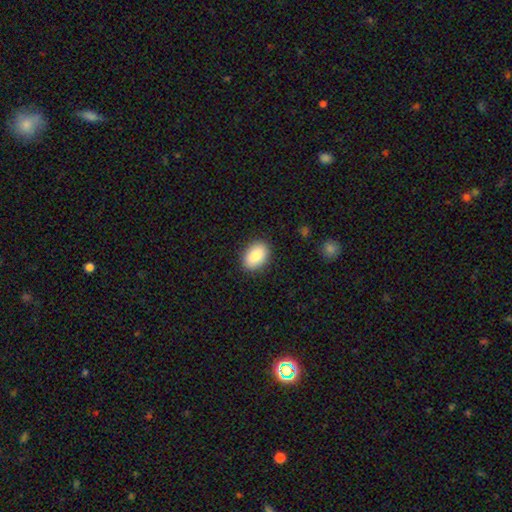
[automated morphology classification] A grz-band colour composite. It shows a smooth galaxy with no disk features (87%) that is in between round and cigar-shaped (86%). Merging: none (88%).